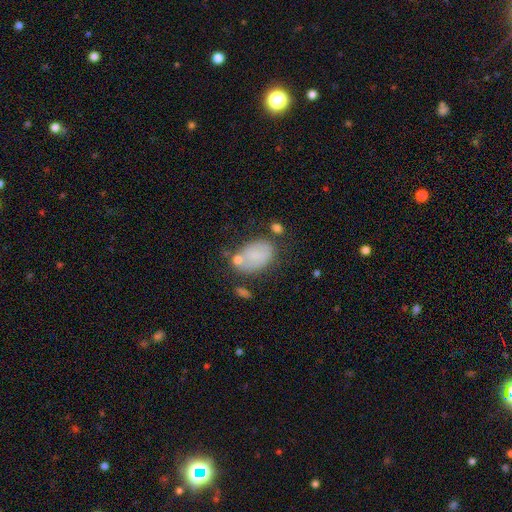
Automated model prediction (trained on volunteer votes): The model was most divided on "merging": none: 51%, minor disturbance: 25%, merger: 13%, major disturbance: 11%. More confident: how rounded — in between (86%); smooth or featured — smooth (72%).